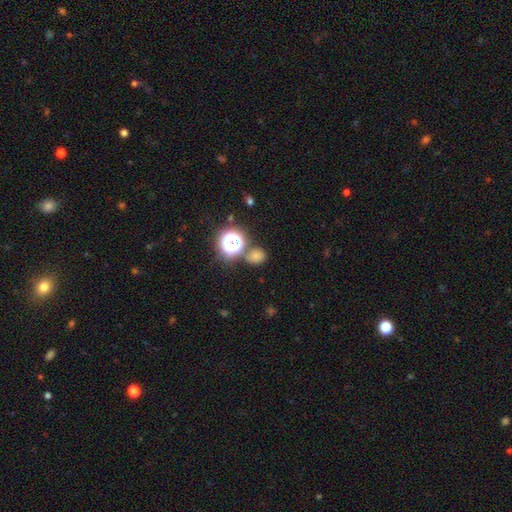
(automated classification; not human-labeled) smooth-or-featured: smooth: 69% | star or artifact: 25% | featured or disk: 6%
  how-rounded: round: 70% | in between: 29% | cigar-shaped: 1%
  merging: none: 71% | merger: 14% | minor disturbance: 11% | major disturbance: 4%